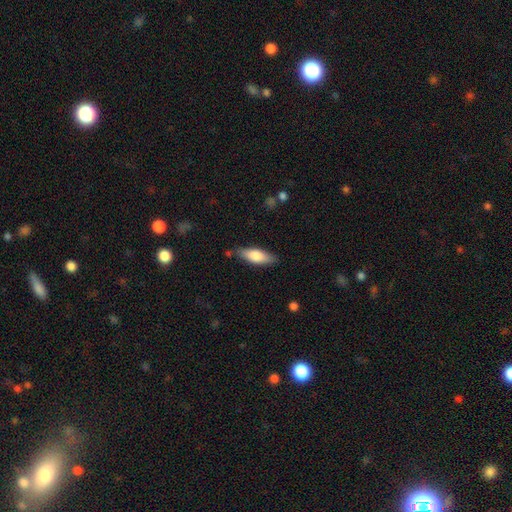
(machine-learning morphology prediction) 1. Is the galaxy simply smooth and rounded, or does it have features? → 75% smooth, 19% featured or disk, 5% star or artifact.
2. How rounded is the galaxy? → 61% in between, 38% cigar-shaped, 2% round.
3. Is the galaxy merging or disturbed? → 81% none, 14% minor disturbance, 3% merger, 3% major disturbance.